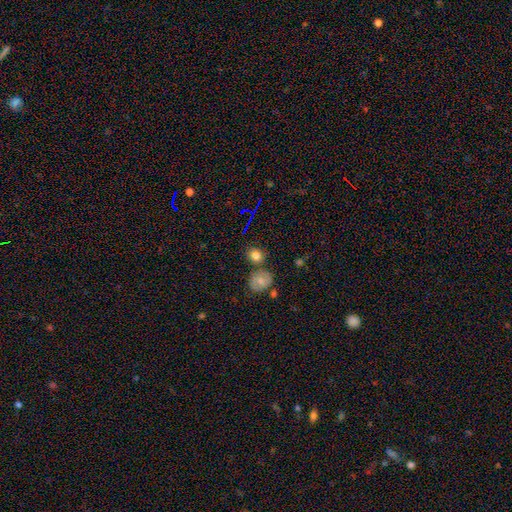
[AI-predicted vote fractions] This is likely a smooth galaxy (78%). How rounded: likely round (77%). Merging: likely none (71%).